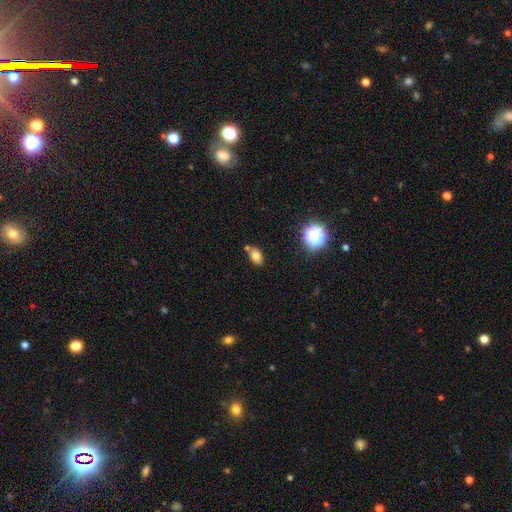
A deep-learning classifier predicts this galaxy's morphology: smooth-or-featured: smooth: 76% | star or artifact: 14% | featured or disk: 10%
  how-rounded: in between: 82% | round: 16% | cigar-shaped: 2%
  merging: none: 70% | minor disturbance: 13% | merger: 13% | major disturbance: 3%